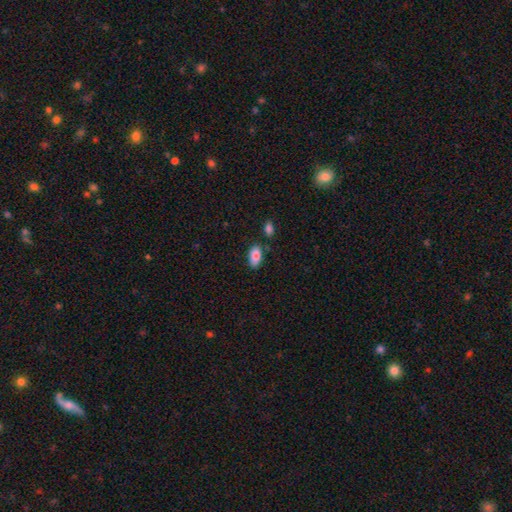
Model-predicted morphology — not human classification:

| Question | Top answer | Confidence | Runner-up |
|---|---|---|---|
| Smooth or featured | smooth | 85% | featured or disk (8%) |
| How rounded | in between | 94% | cigar-shaped (3%) |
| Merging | none | 79% | minor disturbance (12%) |